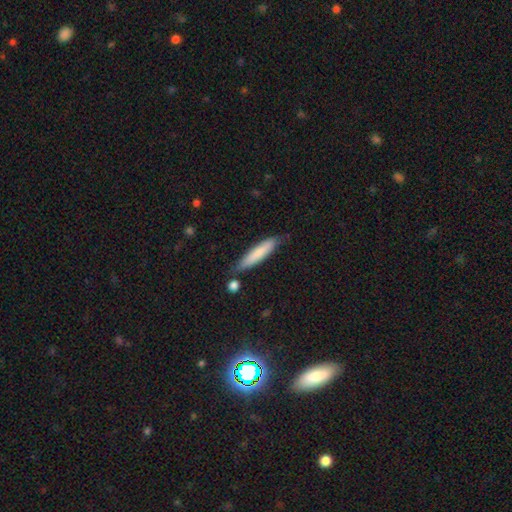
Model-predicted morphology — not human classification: Q: Smooth or featured?
A: smooth (71%); runner-up: featured or disk (20%)
Q: How rounded?
A: cigar-shaped (89%); runner-up: in between (9%)
Q: Merging?
A: none (82%); runner-up: minor disturbance (13%)